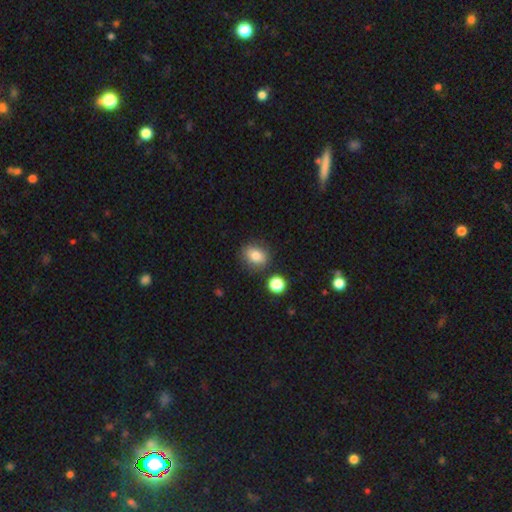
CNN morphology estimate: smooth-or-featured: smooth: 79% | star or artifact: 11% | featured or disk: 10%
  how-rounded: round: 52% | in between: 46% | cigar-shaped: 1%
  merging: none: 80% | minor disturbance: 12% | merger: 5% | major disturbance: 3%